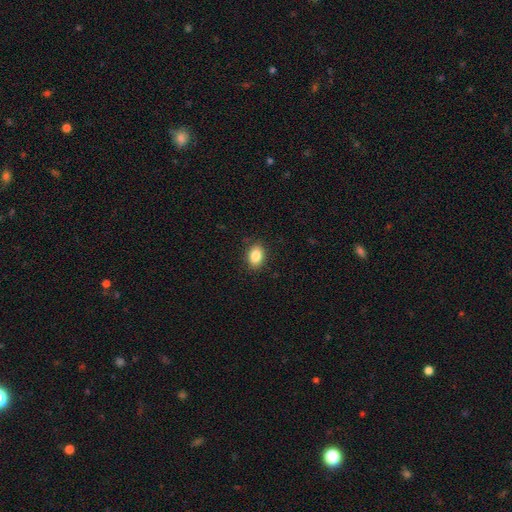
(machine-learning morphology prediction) This is clearly a smooth galaxy (86%). How rounded: clearly in between (80%). Merging: clearly none (88%).